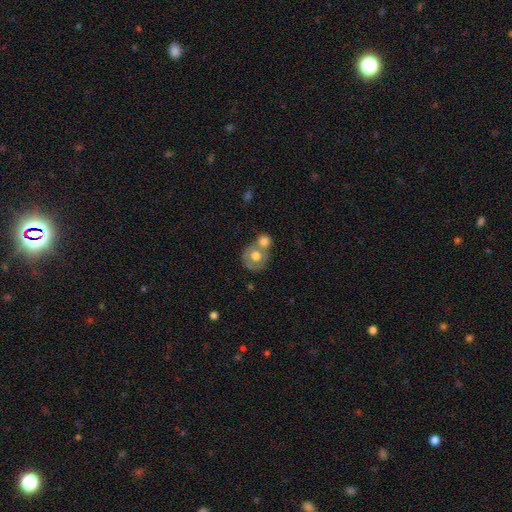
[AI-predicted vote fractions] smooth 61%, featured or disk 32%, star or artifact 7%. Down the decision tree: how rounded — round (80%); merging — merger (57%).